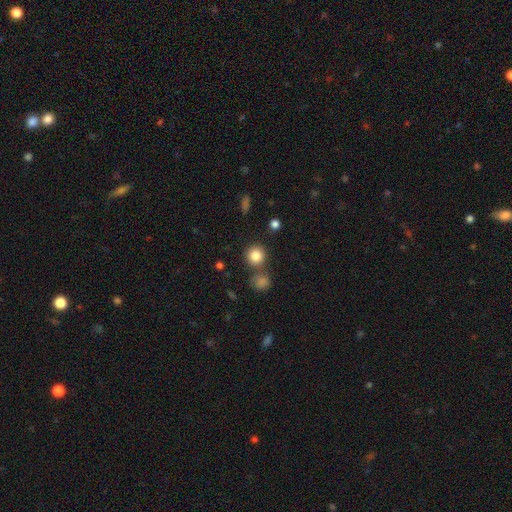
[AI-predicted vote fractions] Smooth or featured: smooth — 84% (star or artifact — 10%)
How rounded: round — 90% (in between — 9%)
Merging: none — 72% (merger — 16%)